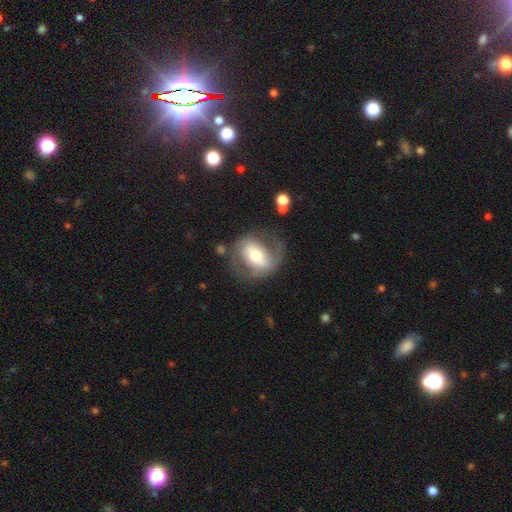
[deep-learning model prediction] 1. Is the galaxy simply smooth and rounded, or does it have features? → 63% featured or disk, 30% smooth, 6% star or artifact.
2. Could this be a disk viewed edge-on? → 94% no, 6% yes.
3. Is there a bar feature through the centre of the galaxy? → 44% strong, 32% weak, 23% no.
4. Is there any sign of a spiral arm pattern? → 69% yes, 31% no.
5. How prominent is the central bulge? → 60% moderate, 20% large, 16% small, 3% dominant, 1% none.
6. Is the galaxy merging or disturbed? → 61% none, 19% minor disturbance, 16% major disturbance, 3% merger.